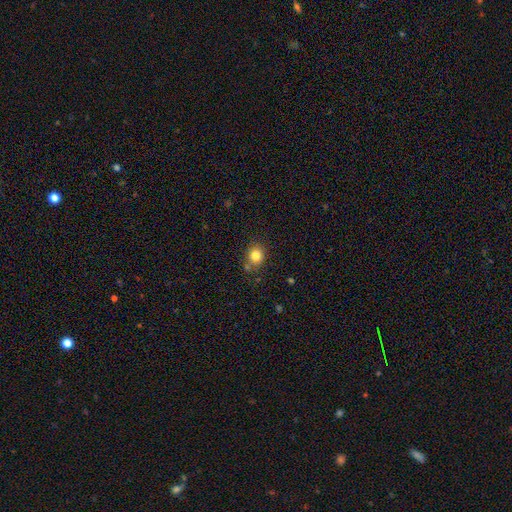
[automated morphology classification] smooth-or-featured: smooth: 82% | star or artifact: 11% | featured or disk: 6%
  how-rounded: round: 75% | in between: 24% | cigar-shaped: 1%
  merging: none: 77% | minor disturbance: 13% | merger: 7% | major disturbance: 3%